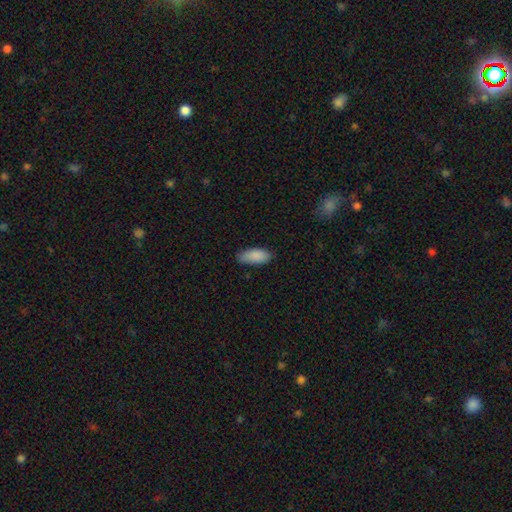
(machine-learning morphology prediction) Smooth or featured?
  - smooth: 89% *
  - star or artifact: 6%
  - featured or disk: 5%
How rounded?
  - in between: 87% *
  - cigar-shaped: 11%
  - round: 2%
Merging?
  - none: 75% *
  - minor disturbance: 20%
  - major disturbance: 3%
  - merger: 1%